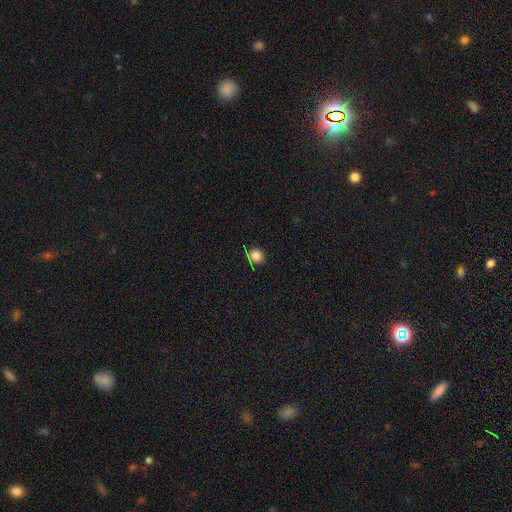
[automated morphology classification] smooth-or-featured: smooth: 79% | star or artifact: 17% | featured or disk: 5%
  how-rounded: round: 76% | in between: 23% | cigar-shaped: 1%
  merging: none: 81% | minor disturbance: 14% | major disturbance: 4% | merger: 2%